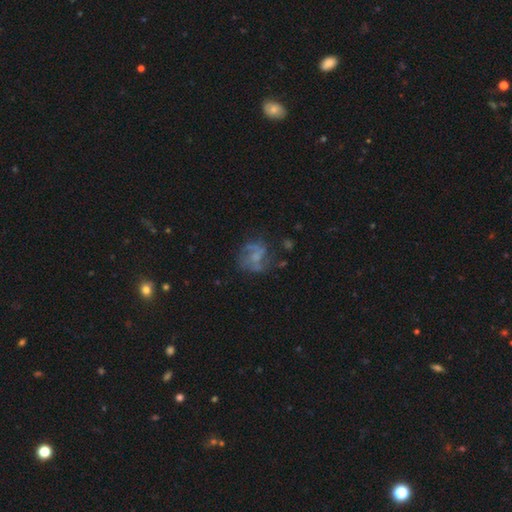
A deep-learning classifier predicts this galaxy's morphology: Smooth or featured? featured or disk (59%)
Edge-on disk? no (98%)
Bar? no (66%)
Spiral arms? yes (61%)
Bulge size? none (51%)
Merging? none (55%)